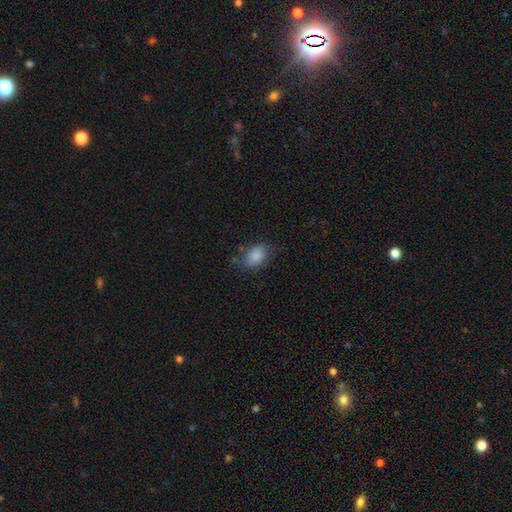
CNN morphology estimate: Overall: smooth (84%). How rounded: in between (84%). Merging: none (65%).